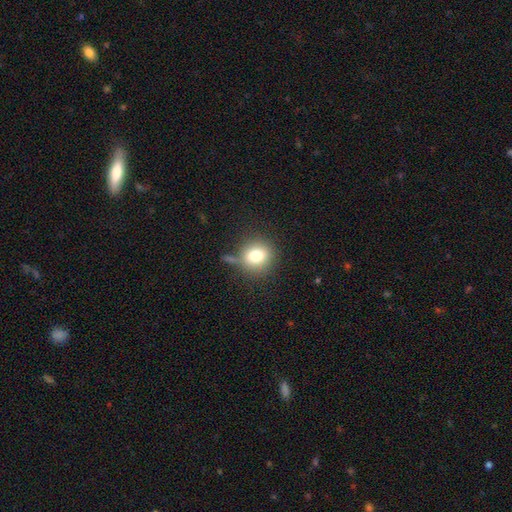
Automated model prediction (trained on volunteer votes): Q: Smooth or featured?
A: smooth (77%); runner-up: featured or disk (12%)
Q: How rounded?
A: round (83%); runner-up: in between (16%)
Q: Merging?
A: none (71%); runner-up: minor disturbance (15%)